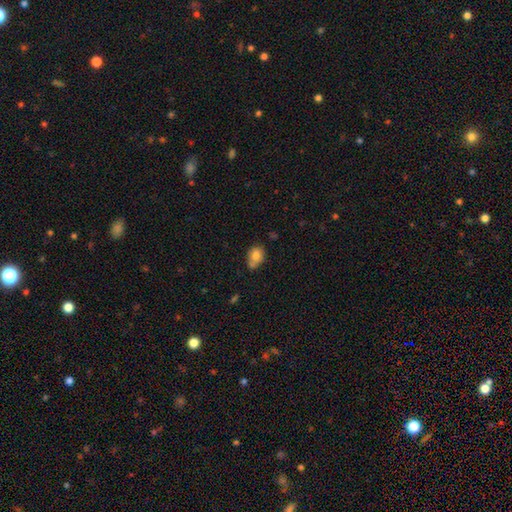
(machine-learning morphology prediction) Overall: smooth (77%). How rounded: in between (71%). Merging: none (48%; minor disturbance 31%).